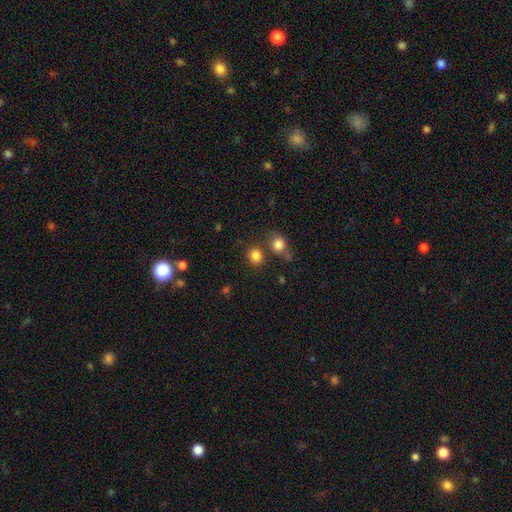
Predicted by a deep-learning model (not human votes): This is clearly a smooth galaxy (83%). How rounded: likely round (75%). Merging: likely none (71%).